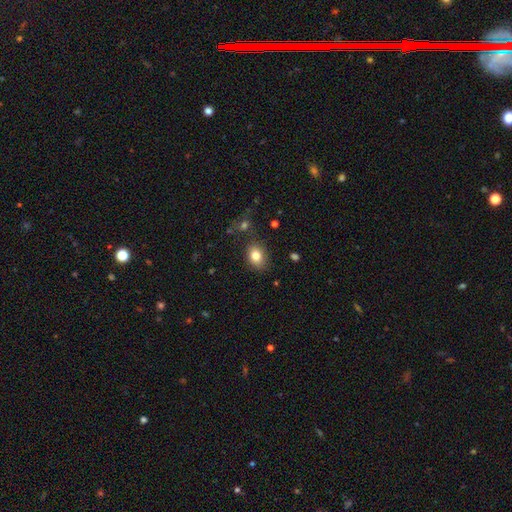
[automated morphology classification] Q: Smooth or featured?
A: smooth (81%); runner-up: star or artifact (10%)
Q: How rounded?
A: in between (67%); runner-up: round (32%)
Q: Merging?
A: none (80%); runner-up: minor disturbance (13%)